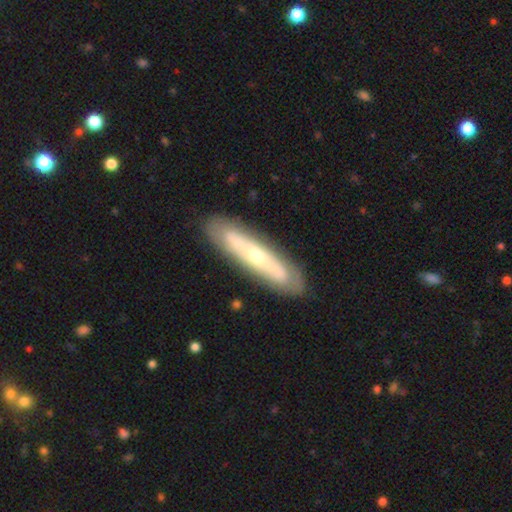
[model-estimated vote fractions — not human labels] smooth_or_featured: featured or disk (p=0.62) [alt: smooth p=0.33]
disk_edge_on: no (p=0.59) [alt: yes p=0.41]
merging: none (p=0.83) [alt: minor disturbance p=0.12]